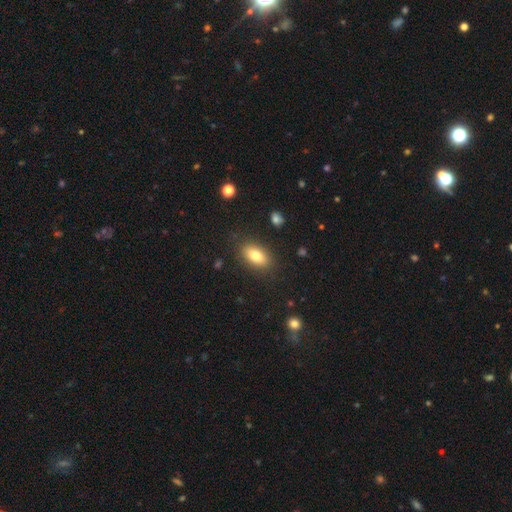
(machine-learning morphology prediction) Overall: smooth (79%). How rounded: in between (89%). Merging: none (85%).